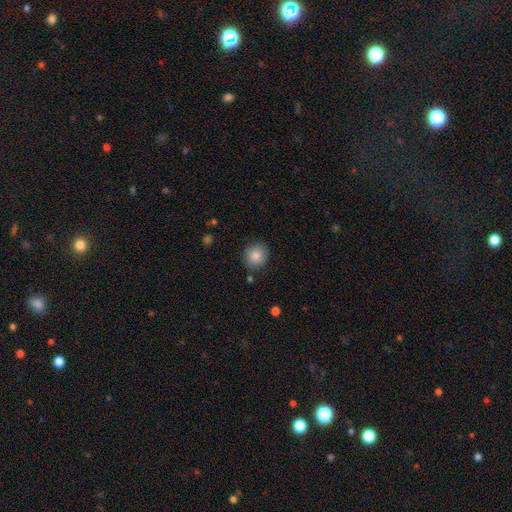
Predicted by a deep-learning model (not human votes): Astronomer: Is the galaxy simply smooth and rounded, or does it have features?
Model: smooth — 85%.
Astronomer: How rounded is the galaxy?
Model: round — 80%.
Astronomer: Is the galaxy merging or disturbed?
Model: none — 88%.